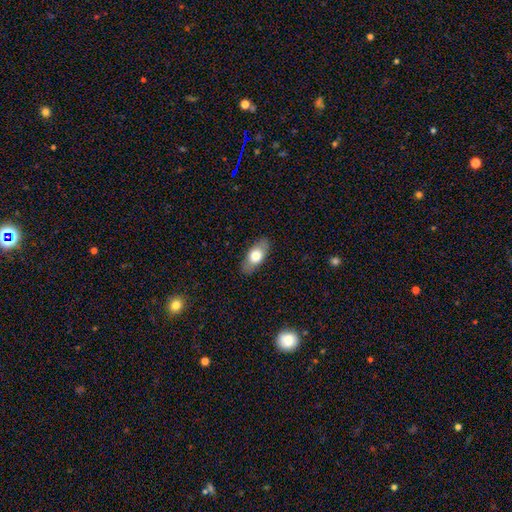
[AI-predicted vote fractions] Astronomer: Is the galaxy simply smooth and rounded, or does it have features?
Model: smooth — 69%.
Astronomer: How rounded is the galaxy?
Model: in between — 86%.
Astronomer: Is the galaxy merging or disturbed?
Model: none — 86%.